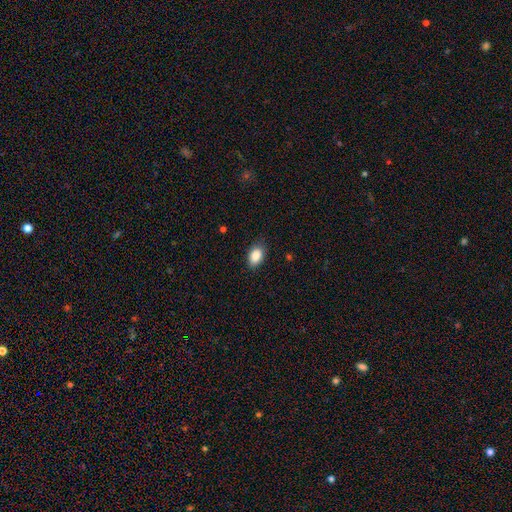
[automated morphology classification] Q: Smooth or featured?
A: smooth (88%); runner-up: star or artifact (7%)
Q: How rounded?
A: in between (88%); runner-up: round (10%)
Q: Merging?
A: none (83%); runner-up: minor disturbance (14%)